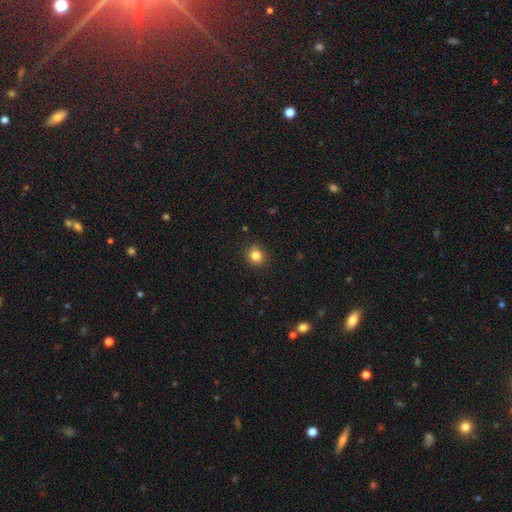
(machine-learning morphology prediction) Smooth or featured? smooth (82%)
How rounded? round (85%)
Merging? none (86%)